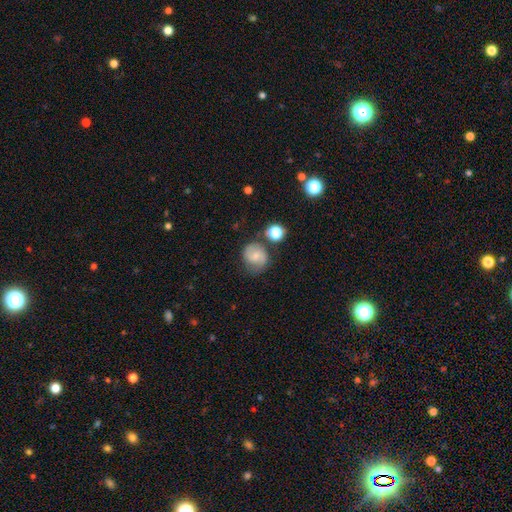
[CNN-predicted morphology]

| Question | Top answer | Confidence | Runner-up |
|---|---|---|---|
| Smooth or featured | smooth | 50% | featured or disk (39%) |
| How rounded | round | 78% | in between (21%) |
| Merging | none | 65% | minor disturbance (21%) |